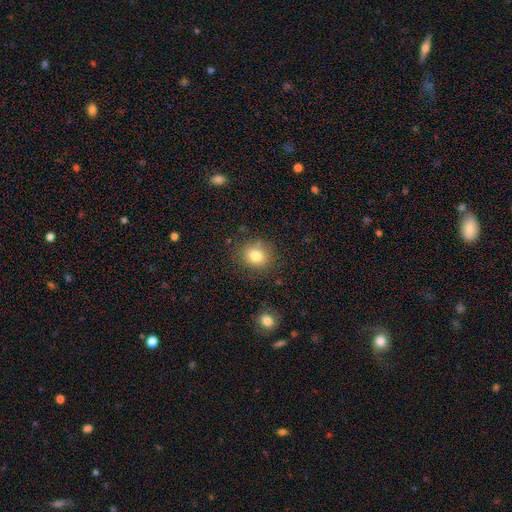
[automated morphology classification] smooth 81%, star or artifact 11%, featured or disk 8%. Down the decision tree: how rounded — round (74%); merging — none (82%).